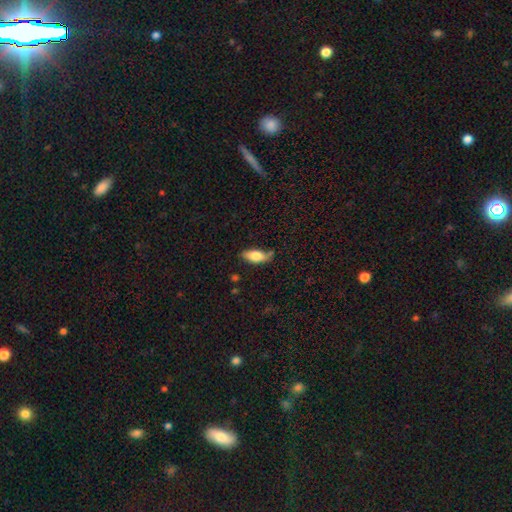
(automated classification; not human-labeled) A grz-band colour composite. It shows a smooth galaxy with no disk features (75%) that is in between round and cigar-shaped (81%). Merging: none (67%).